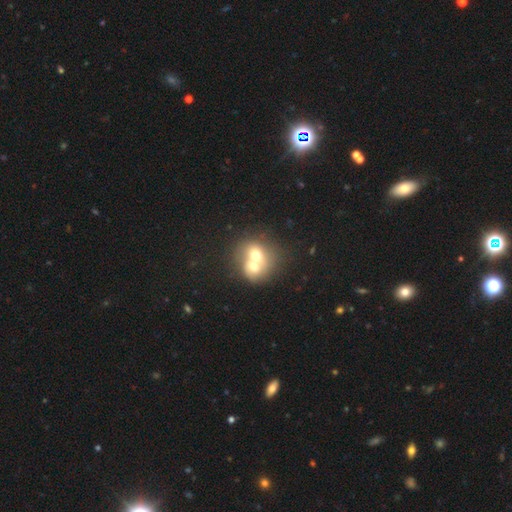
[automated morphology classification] Overall: smooth (62%; featured or disk 28%). How rounded: round (66%; in between 33%). Merging: merger (76%).